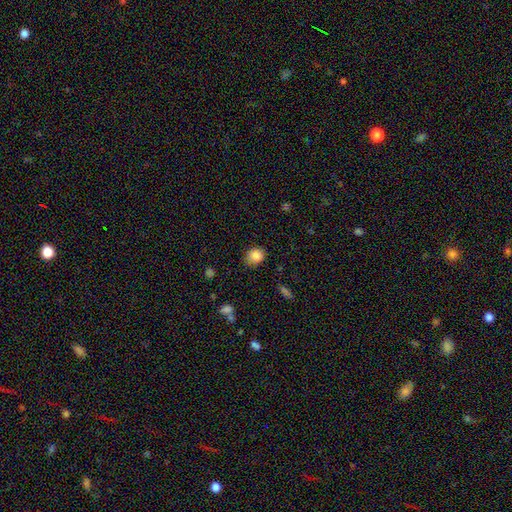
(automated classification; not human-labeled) A smooth galaxy with no disk features (86%) that is round (56%). Merging: none (72%).